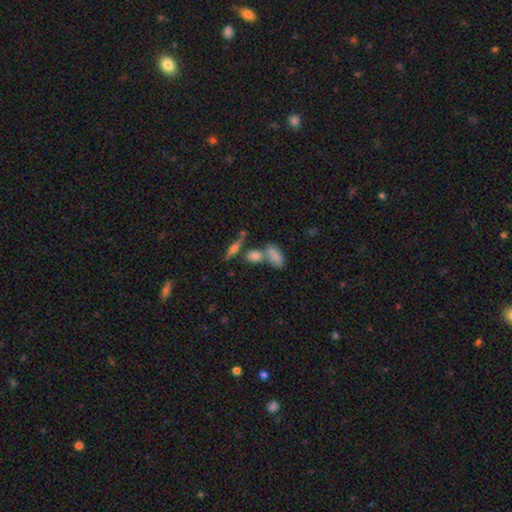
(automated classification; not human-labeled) Smooth or featured? smooth (48%)
Merging? none (56%)